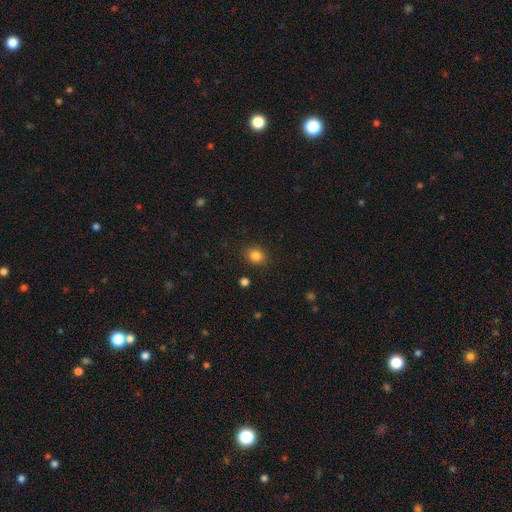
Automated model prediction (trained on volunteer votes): A smooth galaxy with no disk features (84%) that is round (64%). Merging: none (87%).